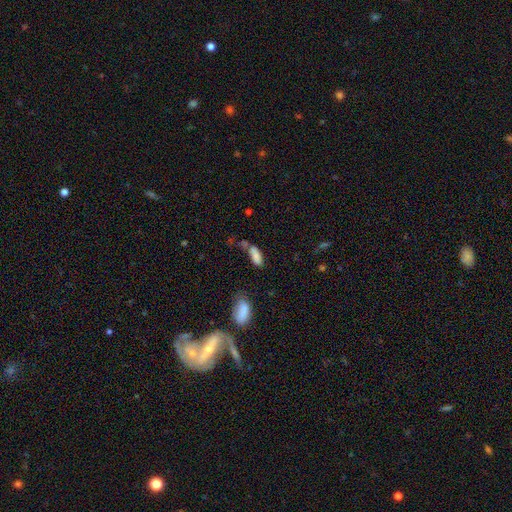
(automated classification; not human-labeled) smooth 81%, featured or disk 10%, star or artifact 9%. Down the decision tree: how rounded — in between (72%); merging — none (45%).